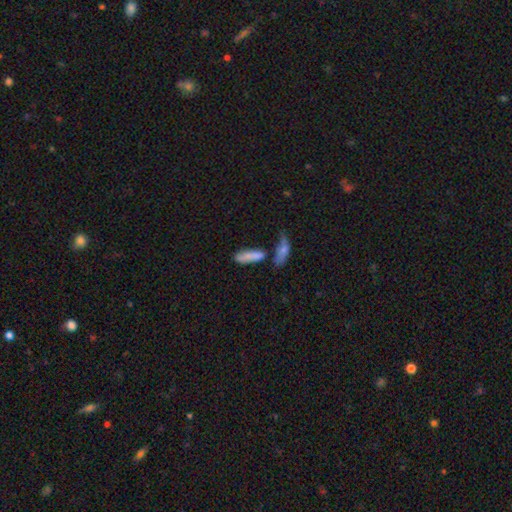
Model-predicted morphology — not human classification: smooth 76%, featured or disk 16%, star or artifact 8%. Down the decision tree: how rounded — cigar-shaped (51%); merging — none (49%).